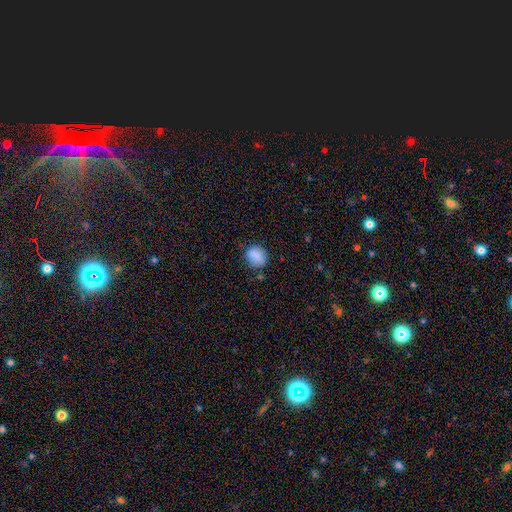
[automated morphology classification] The model was most divided on "how rounded": round: 62%, in between: 37%, cigar-shaped: 1%. More confident: smooth or featured — smooth (87%); merging — none (79%).